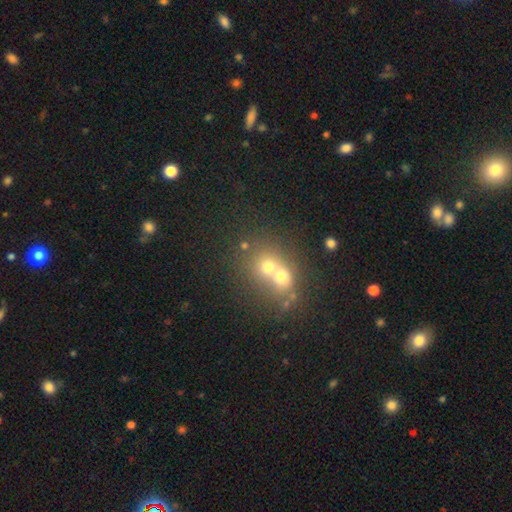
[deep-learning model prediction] Morphology: type=smooth (51%); roundness=round (70%); merging=merger (60%).